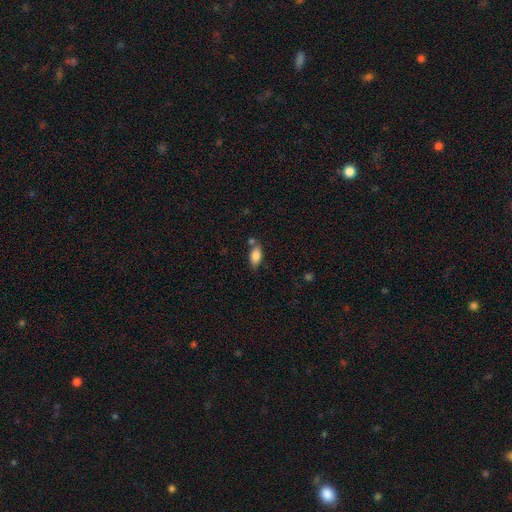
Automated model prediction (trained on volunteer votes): smooth-or-featured: smooth: 81% | featured or disk: 11% | star or artifact: 8%
  how-rounded: in between: 88% | cigar-shaped: 7% | round: 4%
  merging: none: 62% | minor disturbance: 18% | merger: 15% | major disturbance: 5%